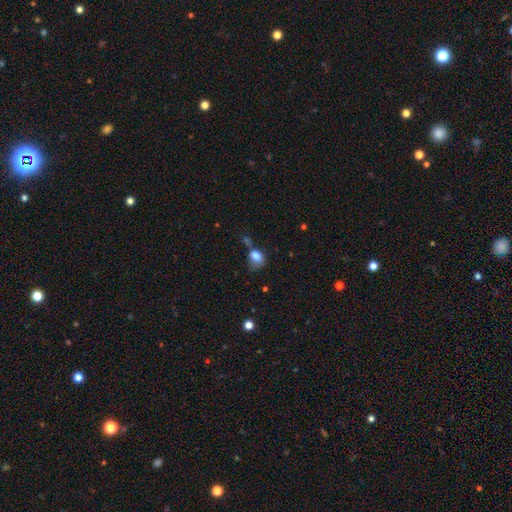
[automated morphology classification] type=smooth (79%); roundness=in between (61%); merging=none (30%).